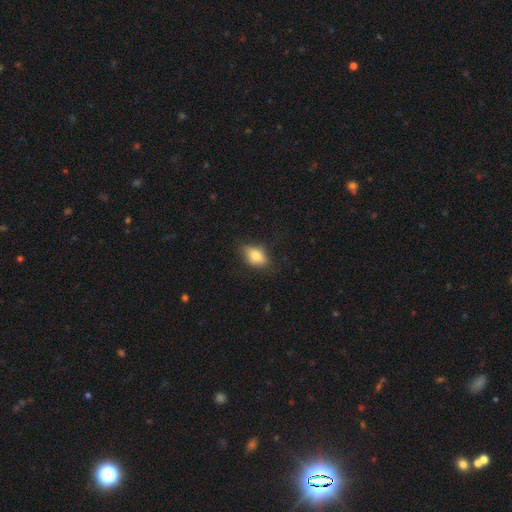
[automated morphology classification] A smooth galaxy with no disk features (74%) that is in between round and cigar-shaped (84%). Merging: none (76%).